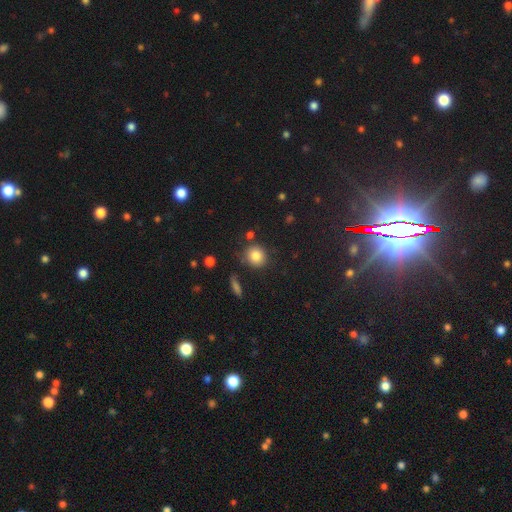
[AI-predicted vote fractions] smooth 83%, star or artifact 10%, featured or disk 7%. Down the decision tree: how rounded — round (84%); merging — none (79%).